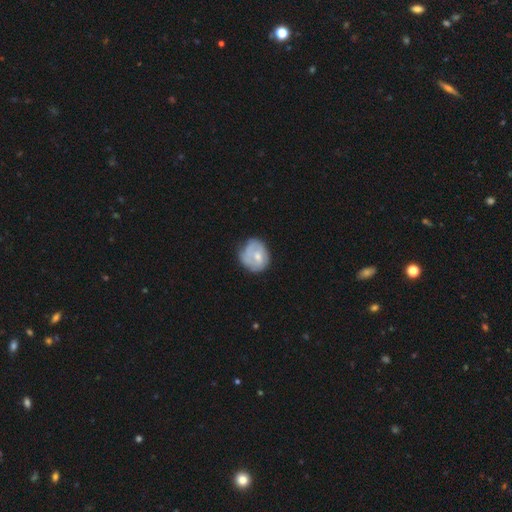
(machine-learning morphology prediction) Q: Smooth or featured?
A: smooth (47%); runner-up: featured or disk (46%)
Q: Merging?
A: none (52%); runner-up: minor disturbance (31%)